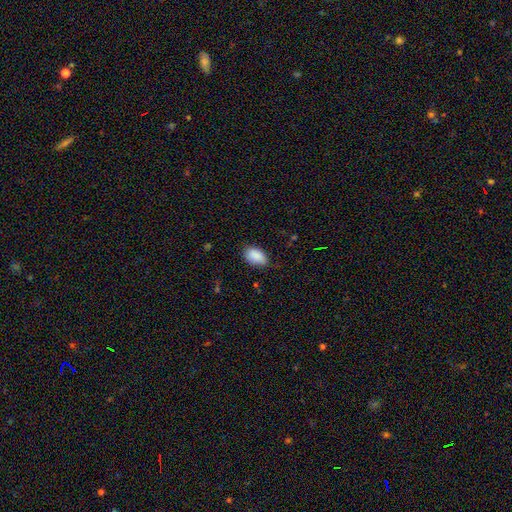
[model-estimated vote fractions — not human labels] Smooth or featured? Predicted: smooth (p=0.89). How rounded? Predicted: in between (p=0.91). Merging? Predicted: none (p=0.71).